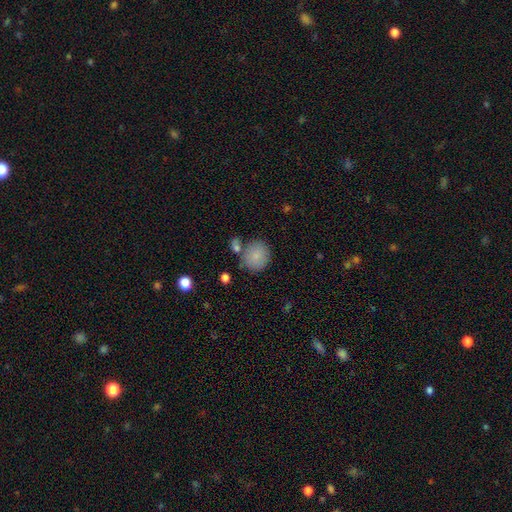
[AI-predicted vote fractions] Overall: smooth (85%). How rounded: round (84%). Merging: none (68%).